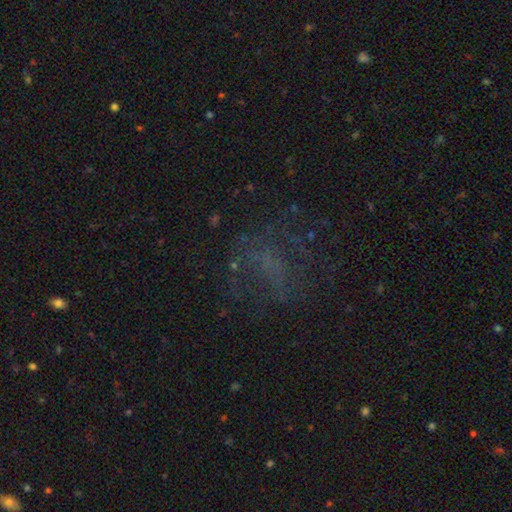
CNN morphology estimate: A star or artifact, not a galaxy (35%).